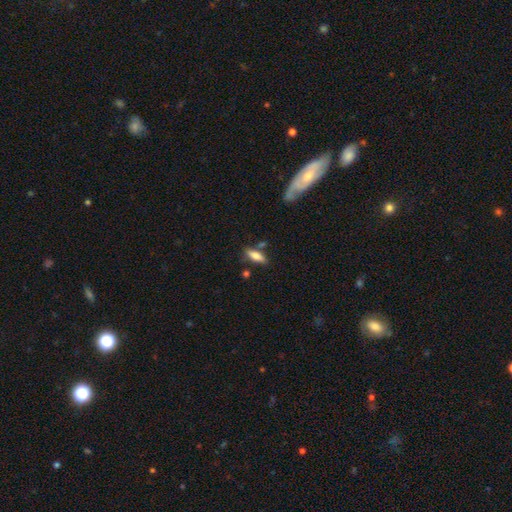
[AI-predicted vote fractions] Smooth or featured? Predicted: smooth (p=0.72). How rounded? Predicted: in between (p=0.60). Merging? Predicted: none (p=0.72).